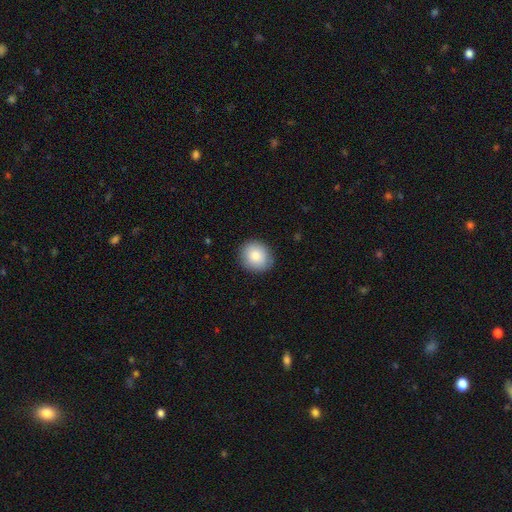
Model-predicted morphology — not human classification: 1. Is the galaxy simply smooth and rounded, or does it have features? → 84% smooth, 9% featured or disk, 7% star or artifact.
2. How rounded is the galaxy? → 81% round, 18% in between, 1% cigar-shaped.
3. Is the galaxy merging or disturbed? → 87% none, 9% minor disturbance, 2% major disturbance, 1% merger.